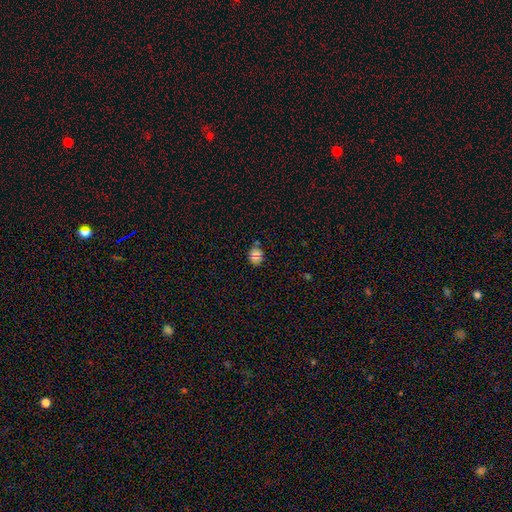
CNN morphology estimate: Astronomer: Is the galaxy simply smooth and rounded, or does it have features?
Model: smooth — 79%.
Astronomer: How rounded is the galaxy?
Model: round — 54% (runner-up: in between, 45%).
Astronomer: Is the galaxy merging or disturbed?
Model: none — 74%.